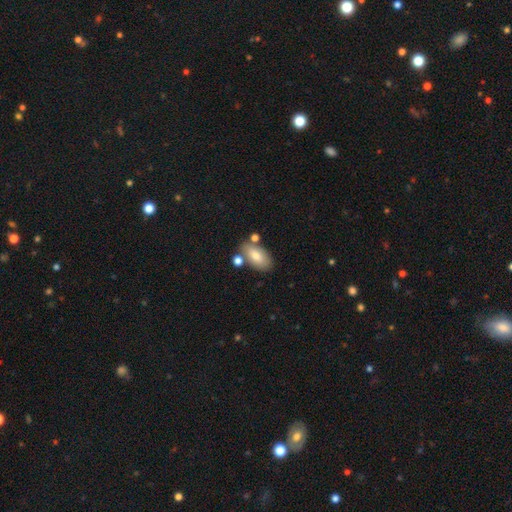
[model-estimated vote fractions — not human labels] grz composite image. It shows a smooth galaxy with no disk features (78%) that is in between round and cigar-shaped (92%). Merging: none (69%).